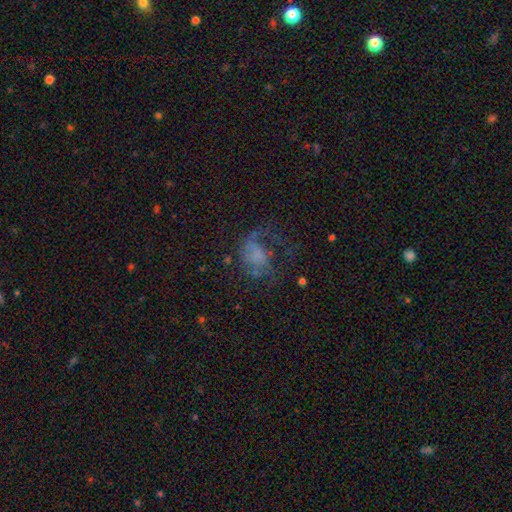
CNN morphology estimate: Q: Smooth or featured?
A: featured or disk (46%); runner-up: smooth (35%)
Q: Merging?
A: major disturbance (51%); runner-up: none (29%)